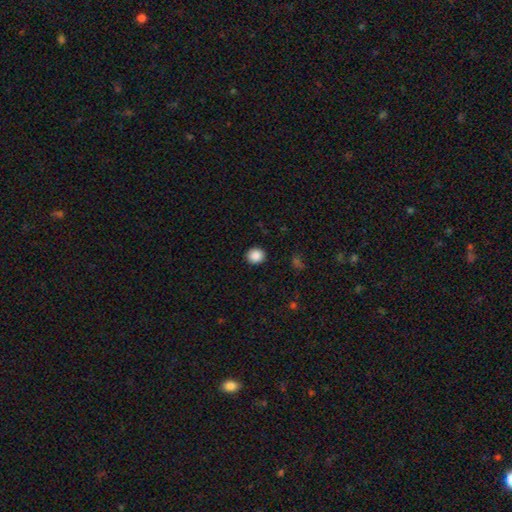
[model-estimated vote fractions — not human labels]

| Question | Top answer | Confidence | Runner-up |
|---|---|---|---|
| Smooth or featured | smooth | 88% | star or artifact (9%) |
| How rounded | round | 82% | in between (17%) |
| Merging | none | 91% | minor disturbance (6%) |